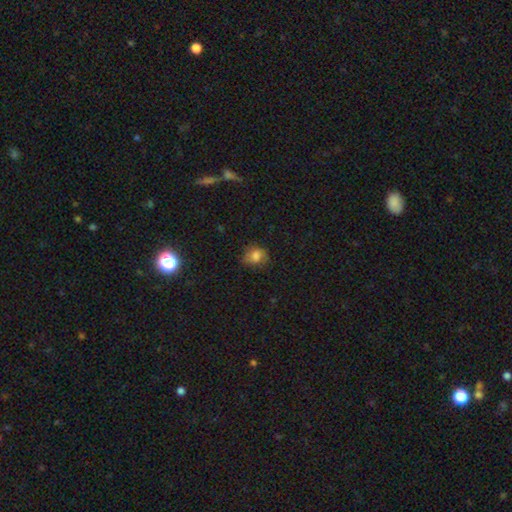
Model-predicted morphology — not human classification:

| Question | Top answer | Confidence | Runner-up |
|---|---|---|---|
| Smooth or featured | smooth | 75% | featured or disk (13%) |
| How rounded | round | 62% | in between (37%) |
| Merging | none | 67% | minor disturbance (23%) |